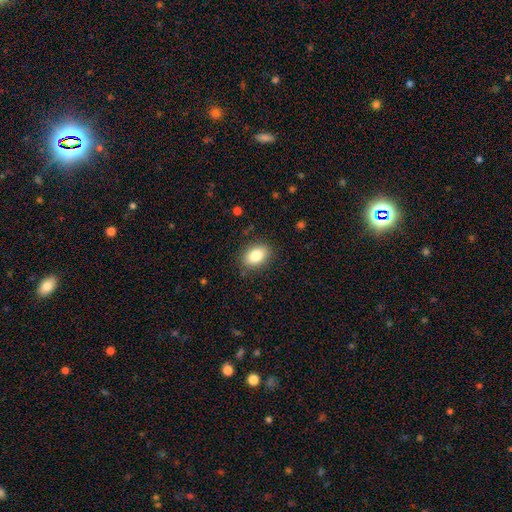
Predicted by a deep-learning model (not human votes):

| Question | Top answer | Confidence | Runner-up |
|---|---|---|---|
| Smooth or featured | smooth | 84% | star or artifact (8%) |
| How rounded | in between | 84% | round (15%) |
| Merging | none | 86% | minor disturbance (10%) |